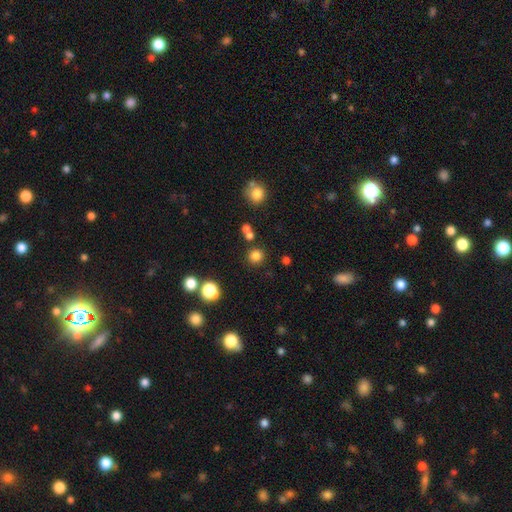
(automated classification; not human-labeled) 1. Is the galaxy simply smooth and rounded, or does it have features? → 78% smooth, 17% star or artifact, 5% featured or disk.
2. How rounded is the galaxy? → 92% round, 7% in between, 1% cigar-shaped.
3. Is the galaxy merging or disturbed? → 80% none, 10% merger, 7% minor disturbance, 3% major disturbance.